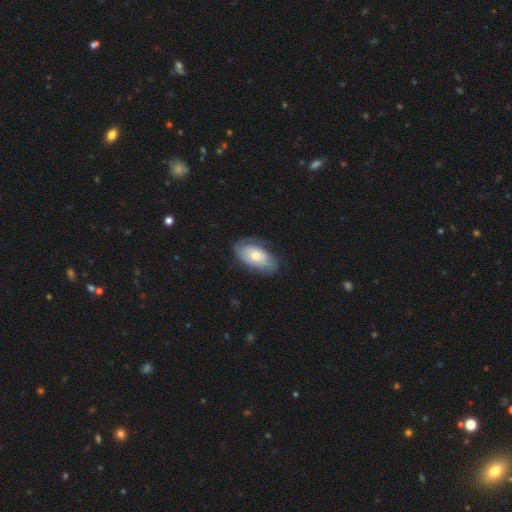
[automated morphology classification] smooth_or_featured: smooth (p=0.56) [alt: featured or disk p=0.38]
how_rounded: in between (p=0.92) [alt: round p=0.05]
merging: none (p=0.63) [alt: minor disturbance p=0.26]